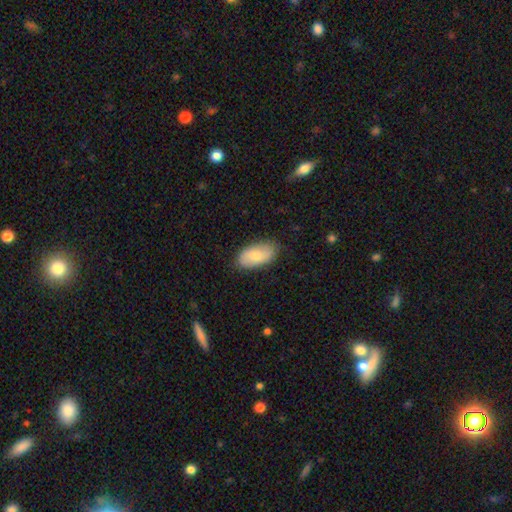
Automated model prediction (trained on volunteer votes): Smooth or featured? Predicted: smooth (p=0.69). How rounded? Predicted: in between (p=0.94). Merging? Predicted: none (p=0.81).